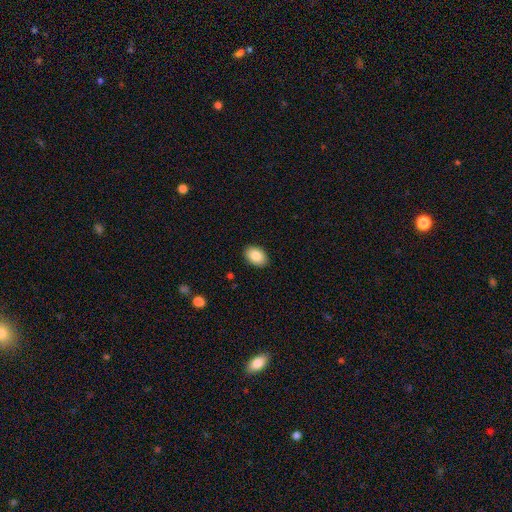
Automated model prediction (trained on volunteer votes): Smooth or featured? smooth (86%)
How rounded? in between (85%)
Merging? none (90%)